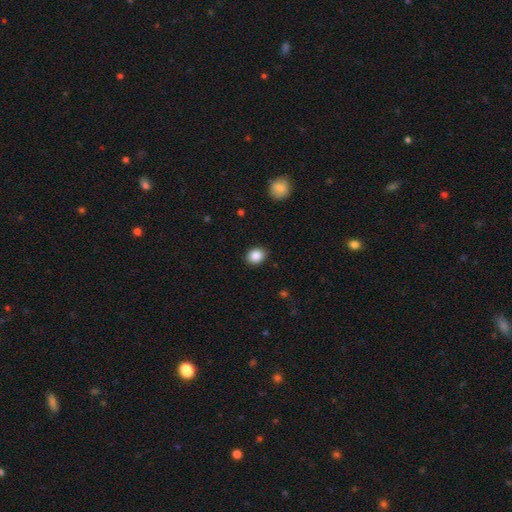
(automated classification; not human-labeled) Smooth or featured: smooth — 88% (star or artifact — 8%)
How rounded: round — 53% (in between — 47%)
Merging: none — 89% (minor disturbance — 8%)